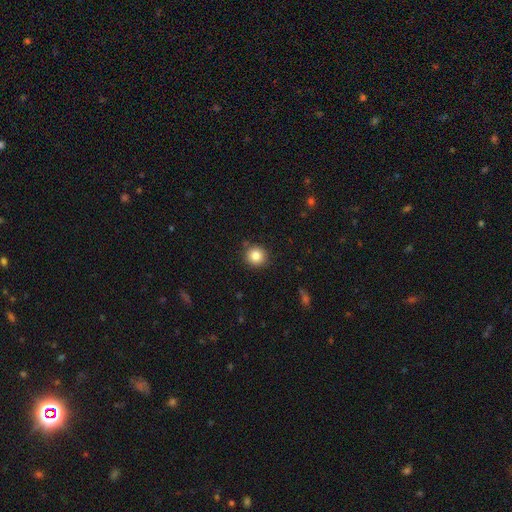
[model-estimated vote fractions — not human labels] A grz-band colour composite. It shows a smooth galaxy with no disk features (84%) that is round (92%). Merging: none (88%).